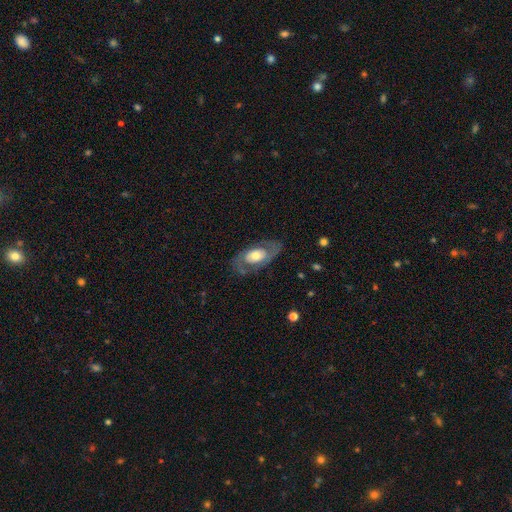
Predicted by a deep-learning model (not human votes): Smooth or featured? featured or disk (68%)
Edge-on disk? no (91%)
Bar? no (74%)
Spiral arms? yes (64%)
Bulge size? moderate (58%)
Merging? none (75%)